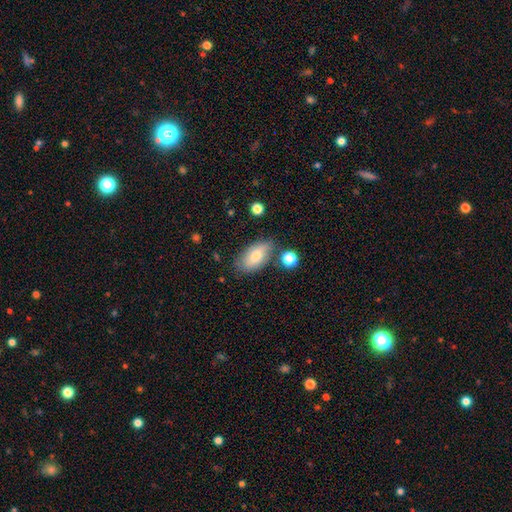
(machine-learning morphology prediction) Smooth or featured: smooth — 72% (featured or disk — 20%)
How rounded: in between — 91% (round — 5%)
Merging: none — 71% (minor disturbance — 18%)